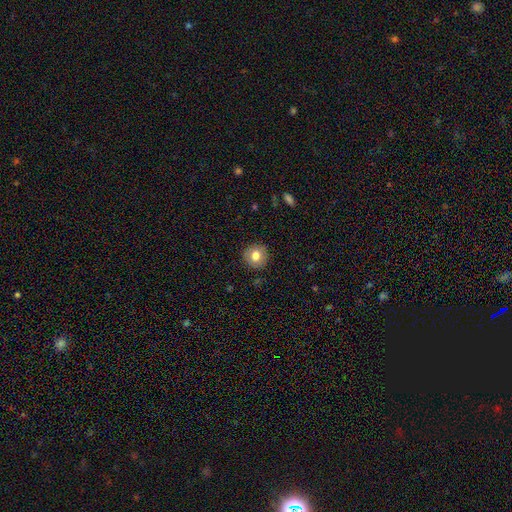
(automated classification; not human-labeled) smooth_or_featured: smooth (p=0.78) [alt: featured or disk p=0.13]
how_rounded: round (p=0.90) [alt: in between p=0.09]
merging: none (p=0.89) [alt: minor disturbance p=0.08]